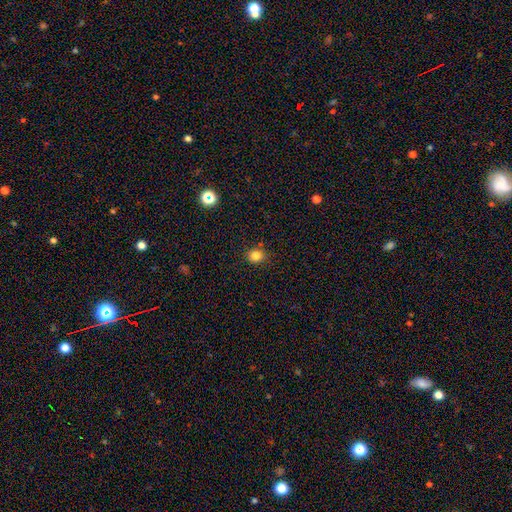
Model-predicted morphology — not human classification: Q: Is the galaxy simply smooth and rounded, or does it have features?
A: smooth — 82%.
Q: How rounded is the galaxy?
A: round — 75%.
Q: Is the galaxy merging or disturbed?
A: none — 87%.